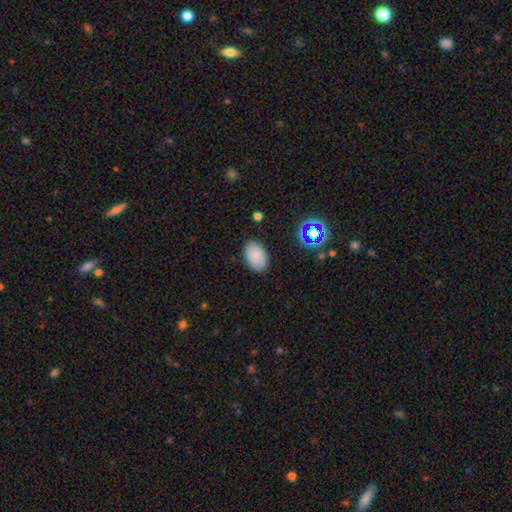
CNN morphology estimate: Smooth or featured: smooth — 85% (star or artifact — 10%)
How rounded: in between — 90% (round — 9%)
Merging: none — 86% (minor disturbance — 10%)